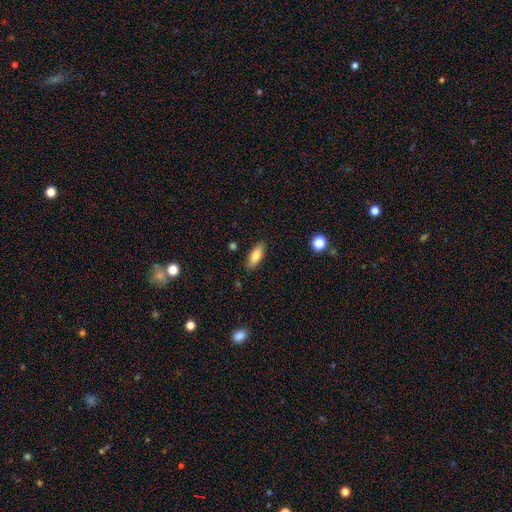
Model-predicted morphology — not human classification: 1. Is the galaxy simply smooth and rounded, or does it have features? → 82% smooth, 11% featured or disk, 7% star or artifact.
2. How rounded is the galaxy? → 75% in between, 23% cigar-shaped, 2% round.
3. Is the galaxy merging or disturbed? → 86% none, 10% minor disturbance, 2% major disturbance, 2% merger.